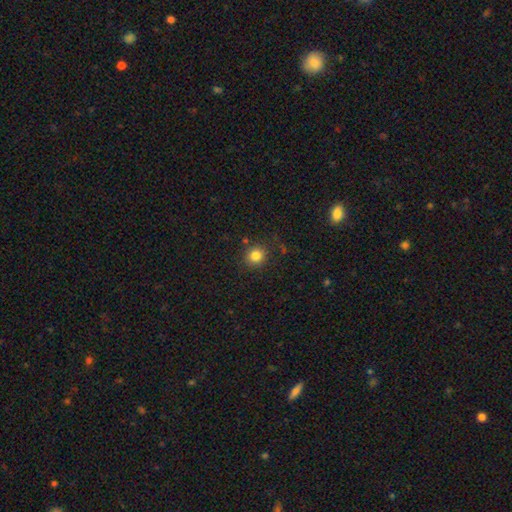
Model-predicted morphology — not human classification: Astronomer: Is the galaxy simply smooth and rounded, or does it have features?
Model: smooth — 83%.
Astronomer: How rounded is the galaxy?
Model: round — 90%.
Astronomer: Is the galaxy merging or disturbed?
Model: none — 86%.